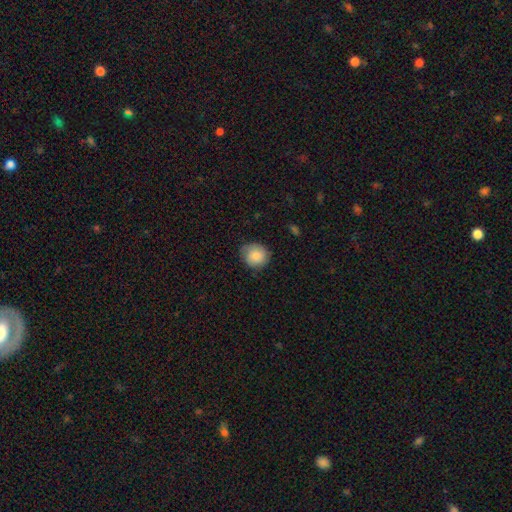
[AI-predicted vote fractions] This is clearly a smooth galaxy (83%). How rounded: clearly round (85%). Merging: likely none (77%).